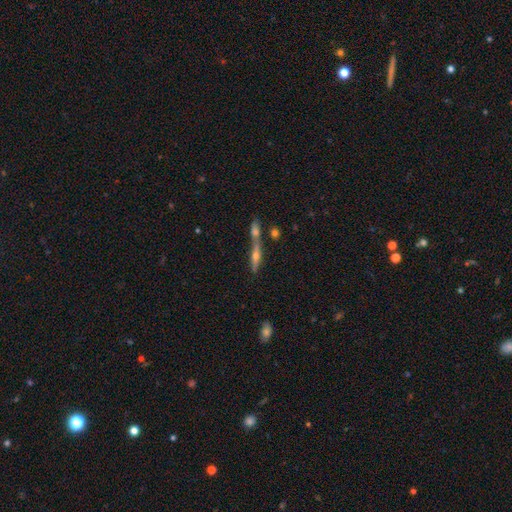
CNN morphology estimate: Q: Smooth or featured?
A: featured or disk (61%); runner-up: smooth (30%)
Q: Edge-on disk?
A: yes (90%); runner-up: no (10%)
Q: Edge-on bulge?
A: rounded (88%); runner-up: none (8%)
Q: Merging?
A: none (50%); runner-up: merger (35%)